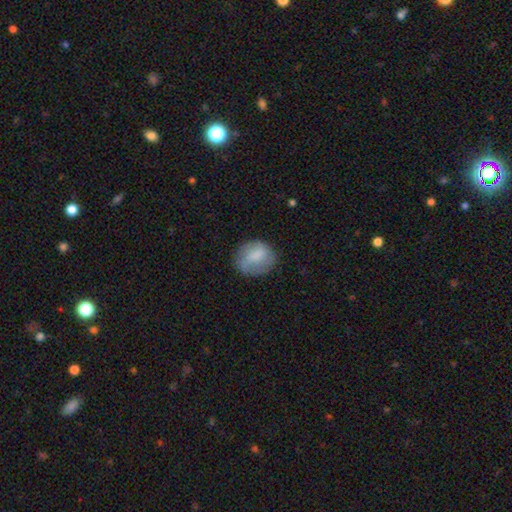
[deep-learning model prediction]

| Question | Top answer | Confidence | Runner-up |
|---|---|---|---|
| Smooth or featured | smooth | 72% | featured or disk (21%) |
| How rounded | round | 63% | in between (36%) |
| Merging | none | 67% | minor disturbance (22%) |